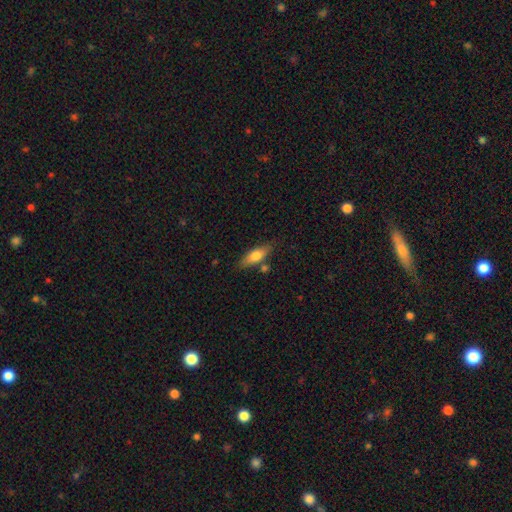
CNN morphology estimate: A smooth galaxy with no disk features (68%) that is in between round and cigar-shaped (61%).

Vote fractions:
- Smooth or featured? smooth: 68% / featured or disk: 26% / star or artifact: 6%
- How rounded? in between: 61% / cigar-shaped: 35% / round: 3%
- Merging? none: 74% / minor disturbance: 14% / merger: 8% / major disturbance: 3%